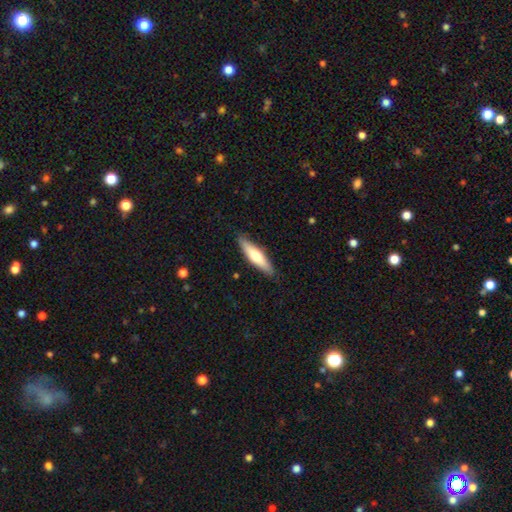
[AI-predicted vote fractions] Smooth or featured?
  - smooth: 61% *
  - featured or disk: 33%
  - star or artifact: 5%
How rounded?
  - cigar-shaped: 75% *
  - in between: 24%
  - round: 1%
Merging?
  - none: 87% *
  - minor disturbance: 10%
  - major disturbance: 2%
  - merger: 1%